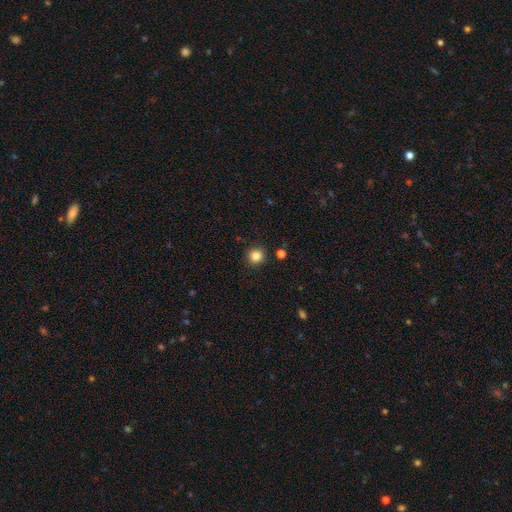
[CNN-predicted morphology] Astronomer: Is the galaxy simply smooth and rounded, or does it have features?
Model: smooth — 84%.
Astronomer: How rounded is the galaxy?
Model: round — 94%.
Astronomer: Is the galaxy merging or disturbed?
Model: none — 91%.